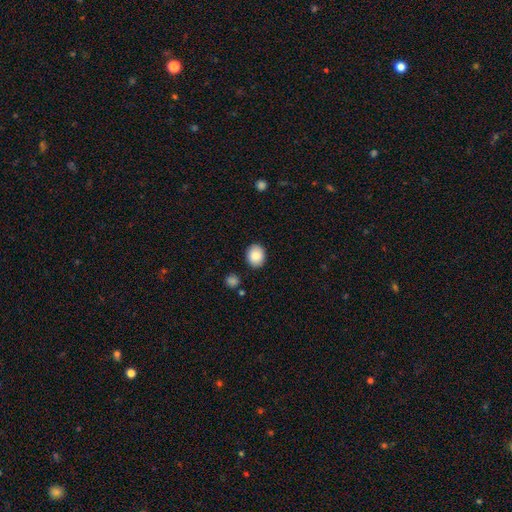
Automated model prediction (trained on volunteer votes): smooth-or-featured: smooth: 86% | star or artifact: 8% | featured or disk: 6%
  how-rounded: round: 55% | in between: 45% | cigar-shaped: 1%
  merging: none: 88% | minor disturbance: 8% | major disturbance: 2% | merger: 2%